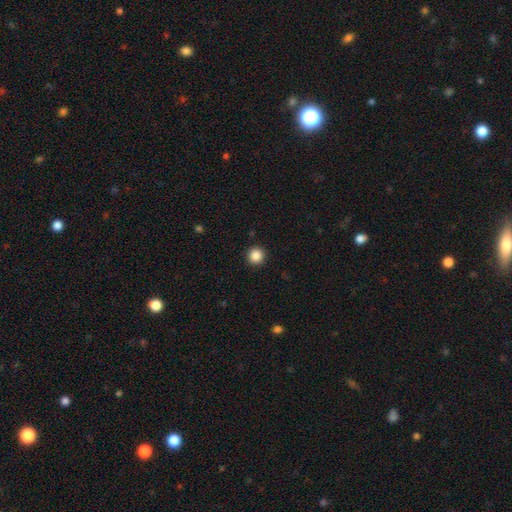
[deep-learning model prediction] Q: Smooth or featured?
A: smooth (87%); runner-up: star or artifact (10%)
Q: How rounded?
A: round (94%); runner-up: in between (5%)
Q: Merging?
A: none (93%); runner-up: minor disturbance (5%)